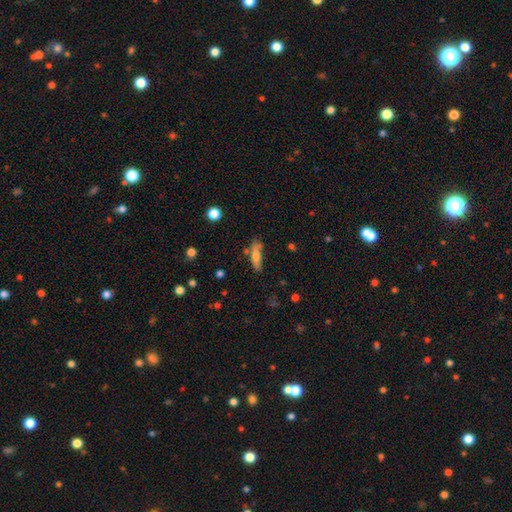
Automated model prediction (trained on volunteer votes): The model was most divided on "how rounded": cigar-shaped: 61%, in between: 37%, round: 3%. More confident: smooth or featured — smooth (73%); merging — none (61%).